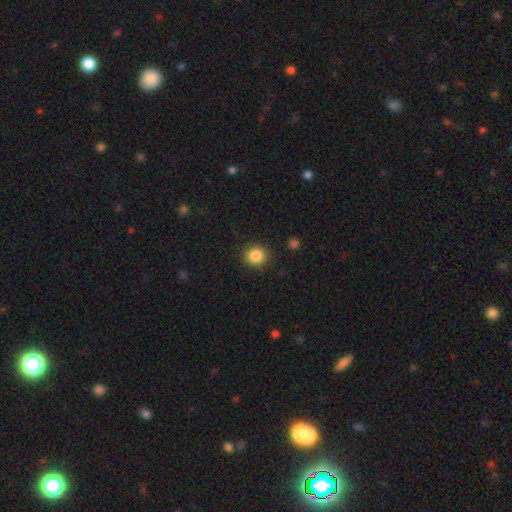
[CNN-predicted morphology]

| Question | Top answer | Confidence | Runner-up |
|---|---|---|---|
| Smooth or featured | smooth | 87% | star or artifact (10%) |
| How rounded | round | 85% | in between (14%) |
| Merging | none | 88% | minor disturbance (7%) |